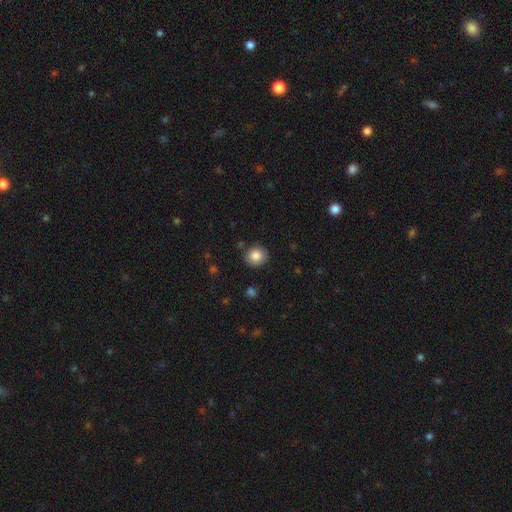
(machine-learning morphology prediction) Smooth or featured? Predicted: smooth (p=0.84). How rounded? Predicted: round (p=0.83). Merging? Predicted: none (p=0.86).